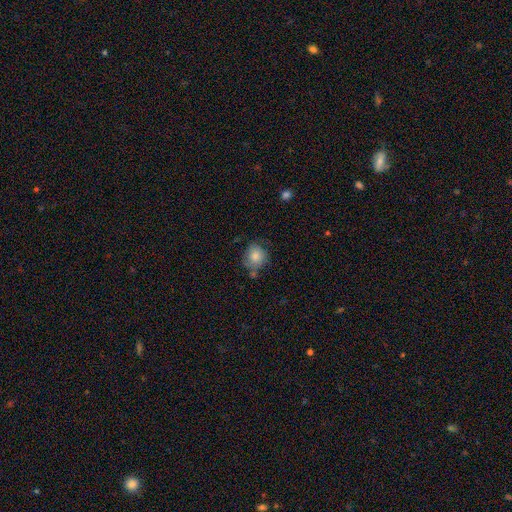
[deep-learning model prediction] smooth-or-featured: smooth: 77% | featured or disk: 13% | star or artifact: 9%
  how-rounded: round: 76% | in between: 23% | cigar-shaped: 1%
  merging: none: 62% | minor disturbance: 24% | merger: 7% | major disturbance: 7%